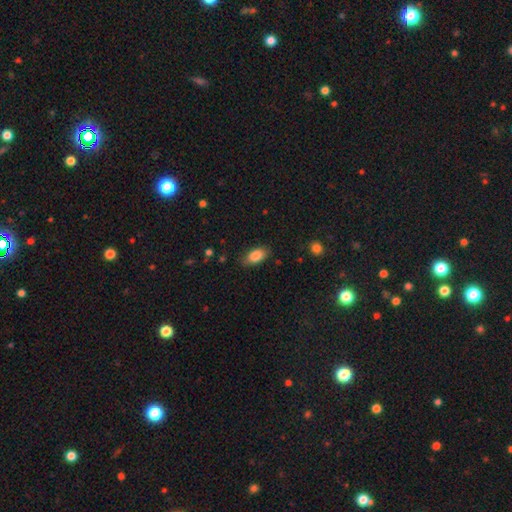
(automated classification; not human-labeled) smooth-or-featured: smooth: 84% | featured or disk: 8% | star or artifact: 7%
  how-rounded: in between: 90% | round: 5% | cigar-shaped: 5%
  merging: none: 82% | minor disturbance: 14% | major disturbance: 3% | merger: 1%